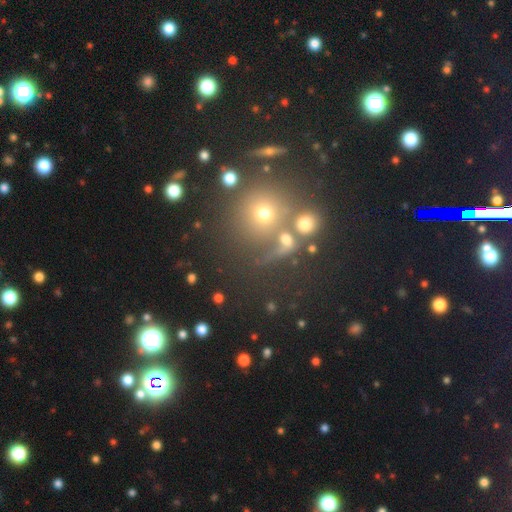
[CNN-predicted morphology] Smooth or featured: star or artifact — 42% (tied with smooth — 42%)